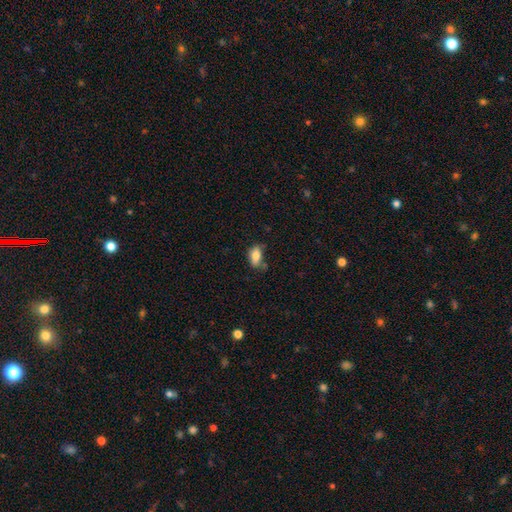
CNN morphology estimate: This is likely a smooth galaxy (77%). How rounded: clearly in between (88%). Merging: possibly none (52%).